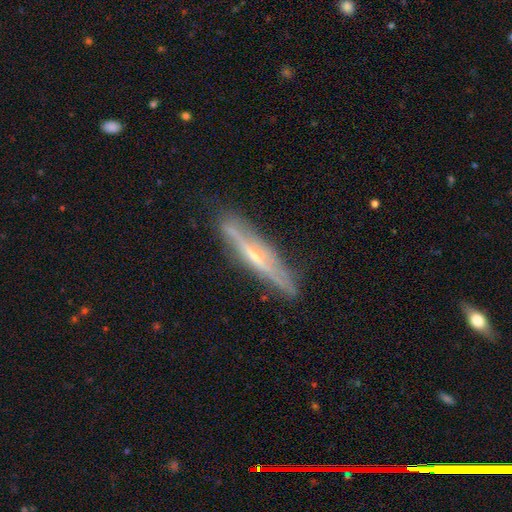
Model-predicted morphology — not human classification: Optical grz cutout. It shows a featured or disk galaxy (73%) viewed edge-on (88%) with a rounded central bulge (68%). Merging: none (82%).